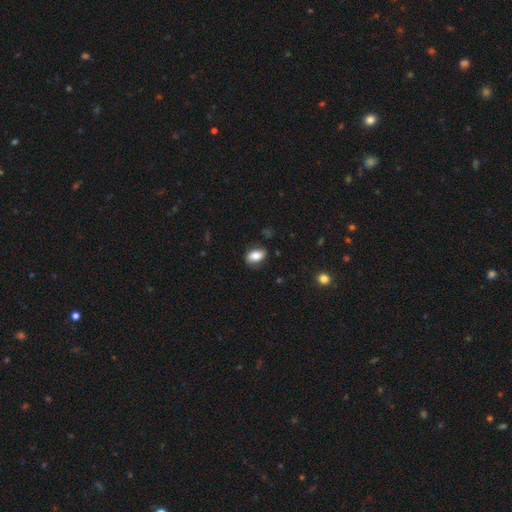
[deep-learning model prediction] Smooth or featured: smooth — 80% (featured or disk — 13%)
How rounded: in between — 86% (round — 11%)
Merging: none — 80% (minor disturbance — 15%)